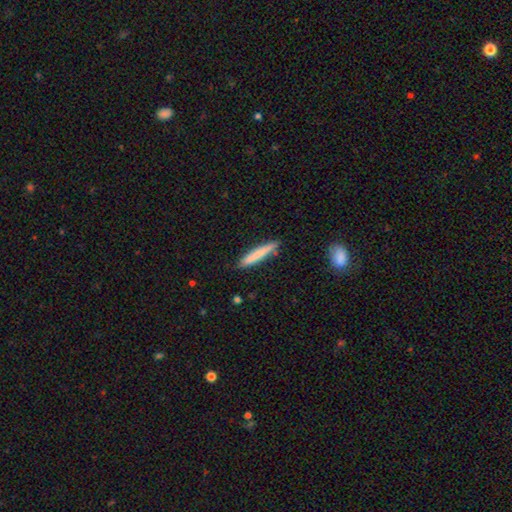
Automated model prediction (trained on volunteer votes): smooth 77%, featured or disk 18%, star or artifact 6%. Down the decision tree: how rounded — cigar-shaped (94%); merging — none (87%).